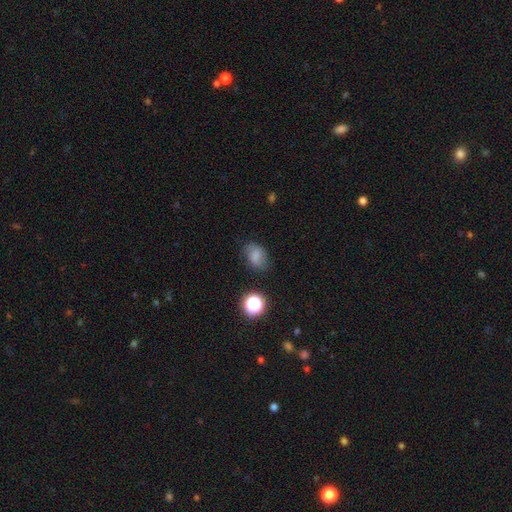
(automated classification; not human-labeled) Q: Smooth or featured?
A: smooth (76%); runner-up: star or artifact (13%)
Q: How rounded?
A: in between (73%); runner-up: round (26%)
Q: Merging?
A: none (69%); runner-up: minor disturbance (22%)